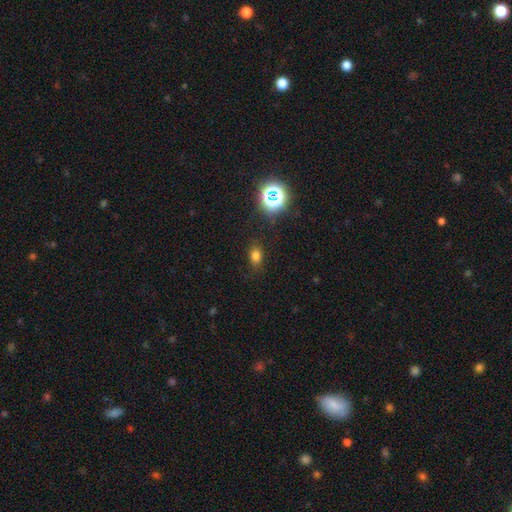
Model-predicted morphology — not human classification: This appears to be a smooth galaxy with no disk features (73%) that is in between round and cigar-shaped (73%). Merging: none (82%).